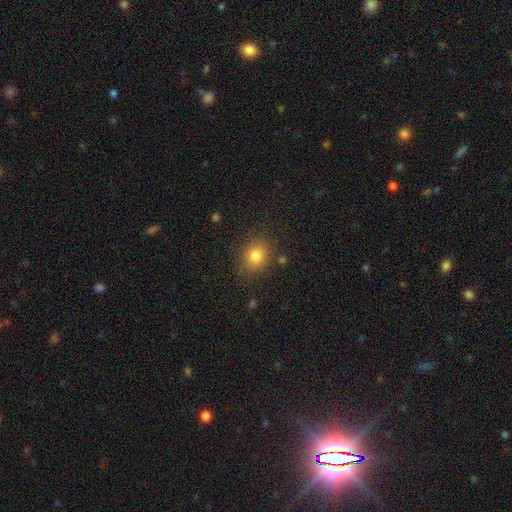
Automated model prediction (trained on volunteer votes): Overall: smooth (81%). How rounded: round (57%; in between 42%). Merging: none (81%).